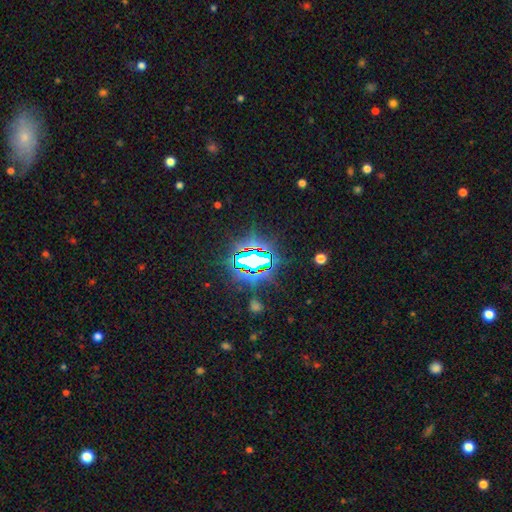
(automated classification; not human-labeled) star or artifact 82%, smooth 11%, featured or disk 7%.